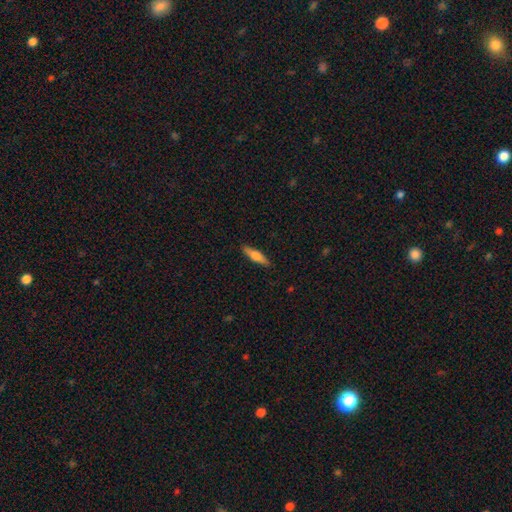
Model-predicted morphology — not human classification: This appears to be a smooth galaxy with no disk features (58%) that is cigar-shaped (74%). Merging: none (88%).